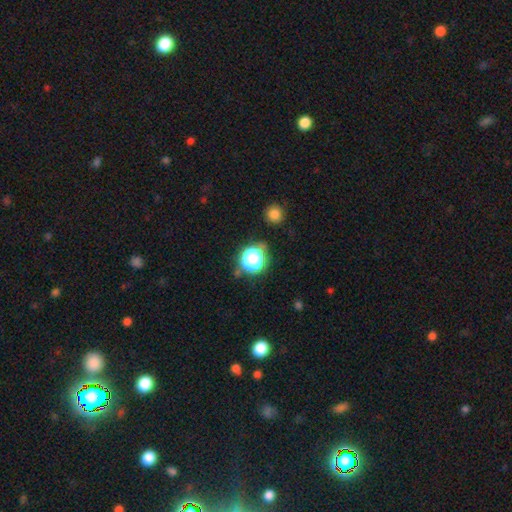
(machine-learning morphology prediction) This is possibly a smooth galaxy (55%). How rounded: clearly round (88%). Merging: likely none (77%).